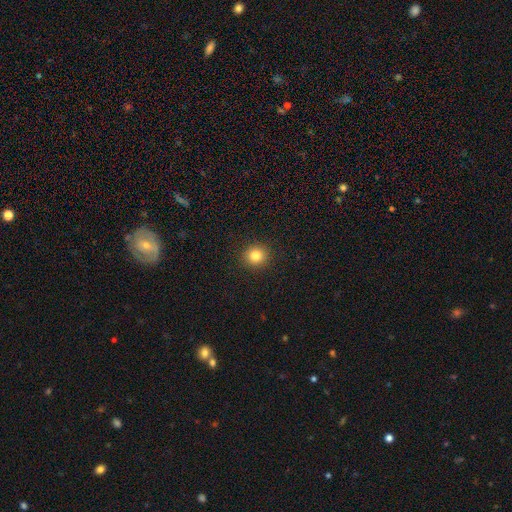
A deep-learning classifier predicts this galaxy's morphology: smooth_or_featured: smooth (p=0.83) [alt: star or artifact p=0.11]
how_rounded: round (p=0.88) [alt: in between p=0.11]
merging: none (p=0.92) [alt: minor disturbance p=0.05]